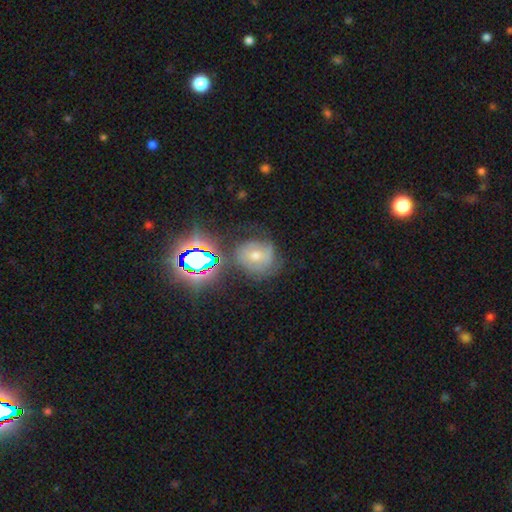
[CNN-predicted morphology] Overall: featured or disk (41%; star or artifact 33%). Merging: none (63%).